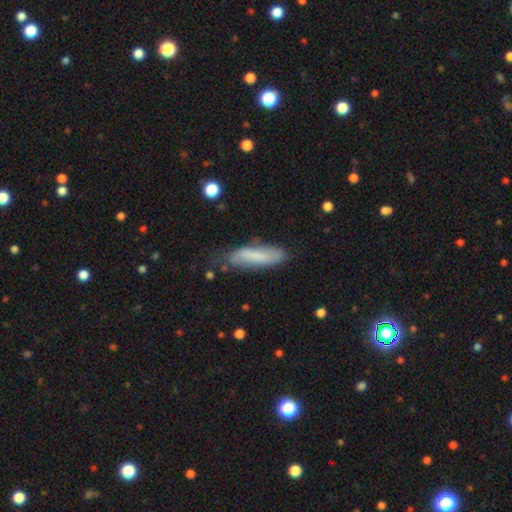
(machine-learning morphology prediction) Smooth or featured: smooth — 71% (featured or disk — 22%)
How rounded: cigar-shaped — 66% (in between — 33%)
Merging: none — 65% (minor disturbance — 26%)